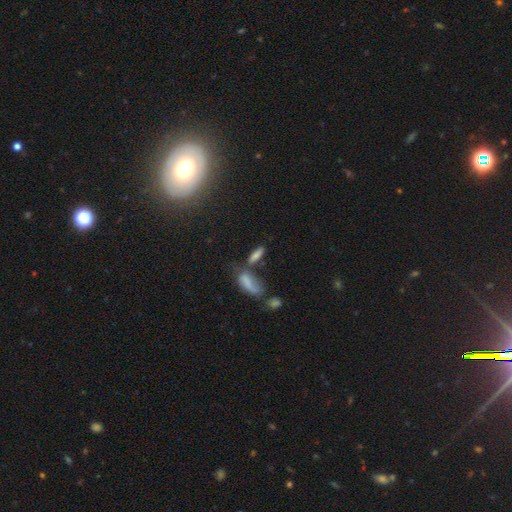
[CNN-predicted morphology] smooth 70%, featured or disk 16%, star or artifact 14%. Down the decision tree: how rounded — in between (54%); merging — none (43%).